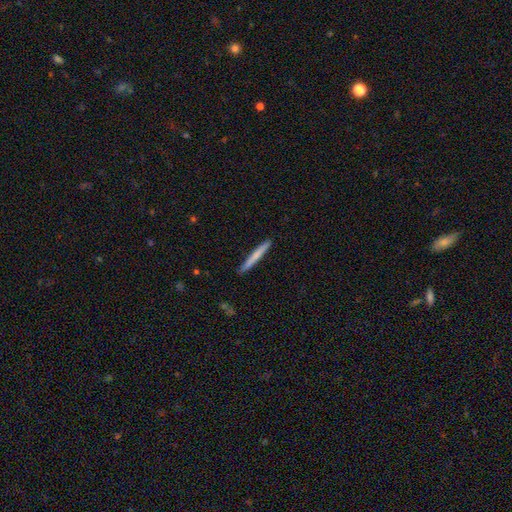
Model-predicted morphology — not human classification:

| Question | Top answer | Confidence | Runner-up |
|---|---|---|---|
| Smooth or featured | smooth | 64% | featured or disk (30%) |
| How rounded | cigar-shaped | 97% | in between (2%) |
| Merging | none | 90% | minor disturbance (7%) |